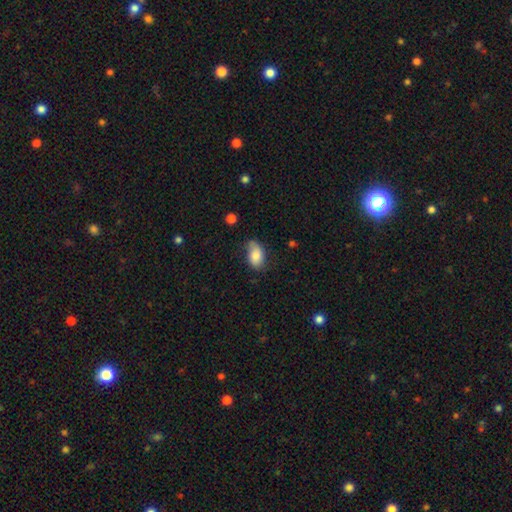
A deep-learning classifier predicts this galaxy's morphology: Overall: smooth (76%). How rounded: in between (90%). Merging: none (54%; minor disturbance 34%).